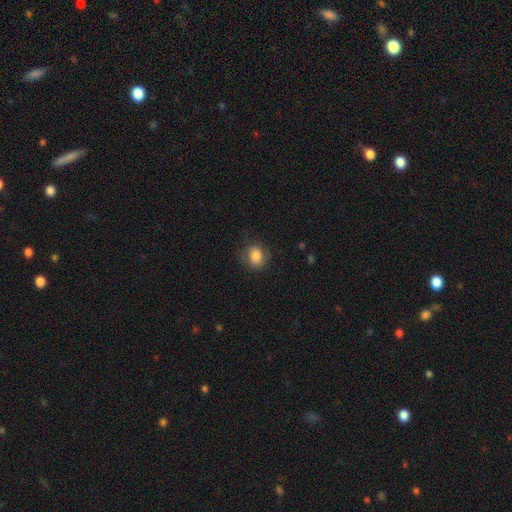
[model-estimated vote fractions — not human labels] Morphology: type=smooth (77%); roundness=round (65%); merging=none (71%).